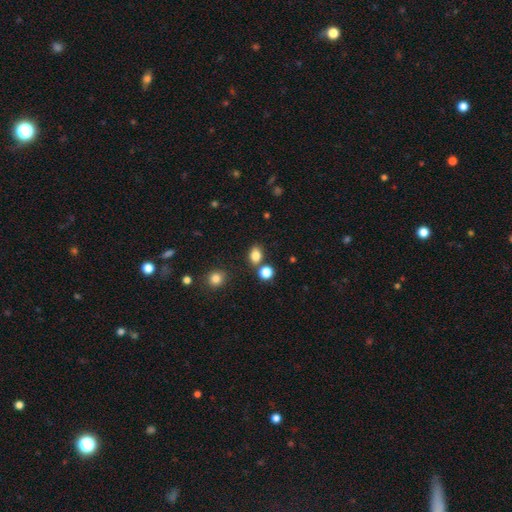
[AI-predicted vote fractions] A smooth galaxy with no disk features (82%) that is in between round and cigar-shaped (65%). Merging: none (75%).